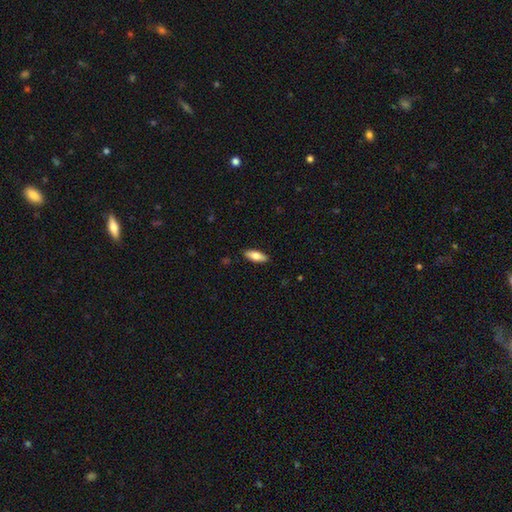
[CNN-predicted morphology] A smooth galaxy with no disk features (75%) that is in between round and cigar-shaped (71%).

Vote fractions:
- Smooth or featured? smooth: 75% / featured or disk: 19% / star or artifact: 6%
- How rounded? in between: 71% / cigar-shaped: 27% / round: 2%
- Merging? none: 89% / minor disturbance: 8% / major disturbance: 2% / merger: 1%